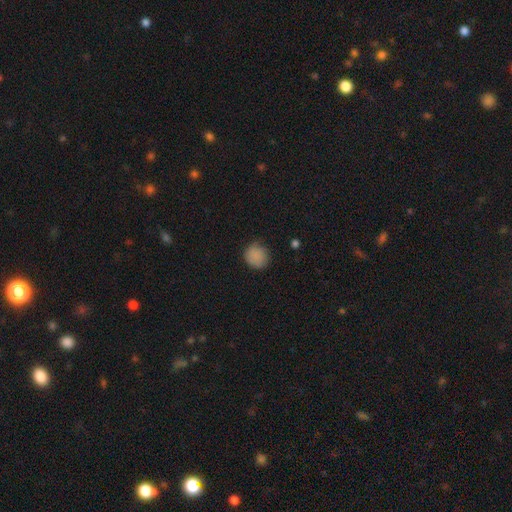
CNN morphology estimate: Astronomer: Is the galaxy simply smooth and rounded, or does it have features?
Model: smooth — 86%.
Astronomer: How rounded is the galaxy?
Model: round — 83%.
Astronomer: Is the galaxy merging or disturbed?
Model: none — 77%.